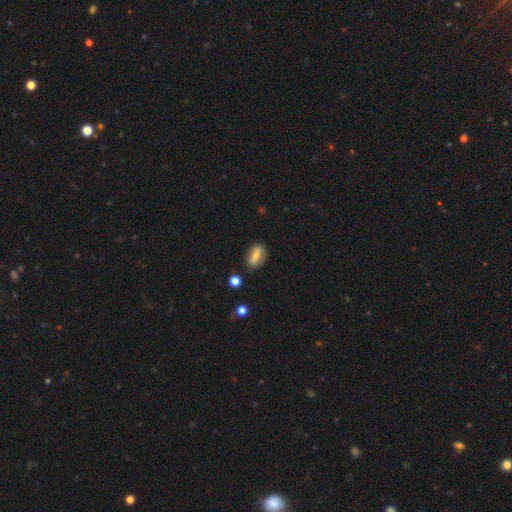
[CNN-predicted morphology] Smooth or featured?
  - smooth: 73% *
  - featured or disk: 19%
  - star or artifact: 8%
How rounded?
  - in between: 81% *
  - cigar-shaped: 10%
  - round: 9%
Merging?
  - none: 77% *
  - minor disturbance: 16%
  - major disturbance: 4%
  - merger: 3%